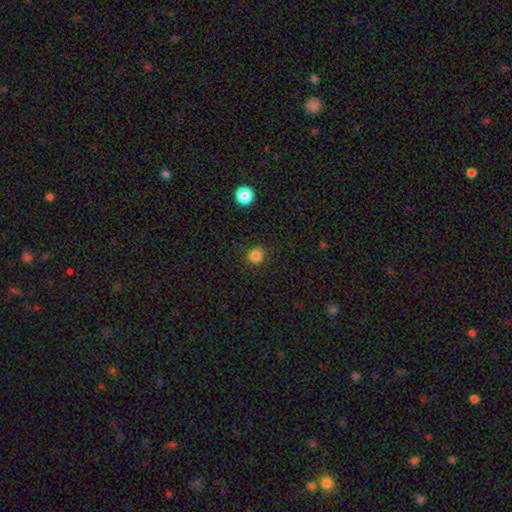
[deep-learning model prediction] Overall: smooth (83%). How rounded: round (92%). Merging: none (88%).